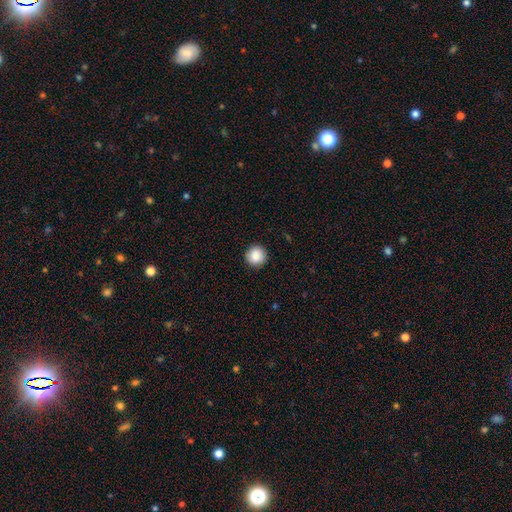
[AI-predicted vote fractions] Smooth or featured? Predicted: smooth (p=0.88). How rounded? Predicted: round (p=0.95). Merging? Predicted: none (p=0.91).